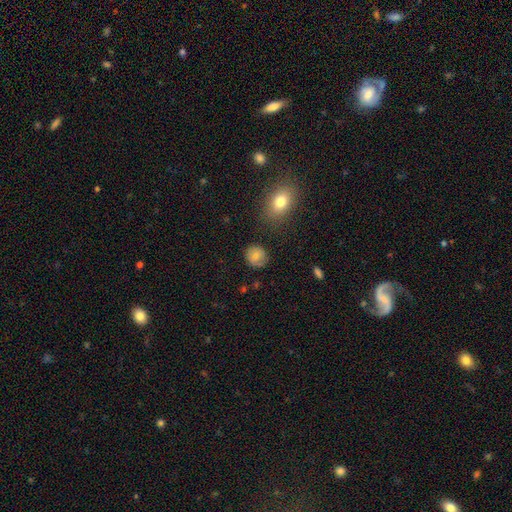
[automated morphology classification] A smooth galaxy with no disk features (75%) that is round (81%).

Vote fractions:
- Smooth or featured? smooth: 75% / featured or disk: 16% / star or artifact: 9%
- How rounded? round: 81% / in between: 18% / cigar-shaped: 1%
- Merging? none: 78% / minor disturbance: 16% / major disturbance: 4% / merger: 2%